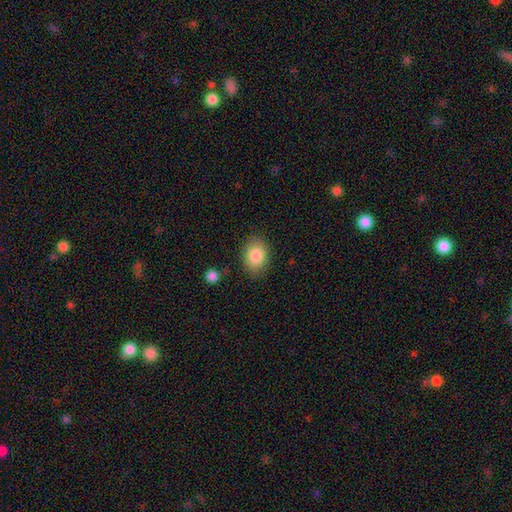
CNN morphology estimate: This appears to be a smooth galaxy with no disk features (86%) that is in between round and cigar-shaped (71%). Merging: none (83%).